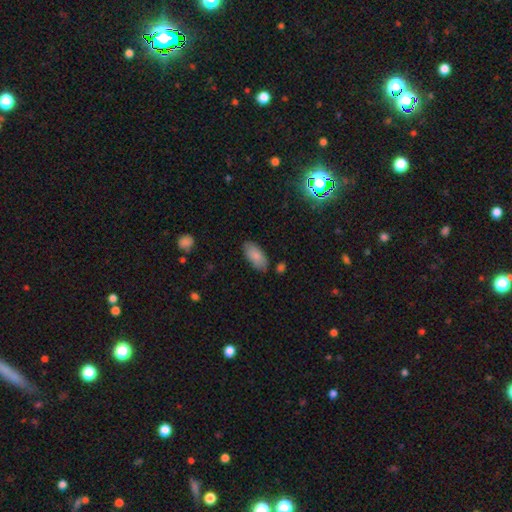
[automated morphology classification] The model was most divided on "merging": none: 81%, minor disturbance: 14%, major disturbance: 3%, merger: 3%. More confident: how rounded — in between (91%); smooth or featured — smooth (84%).